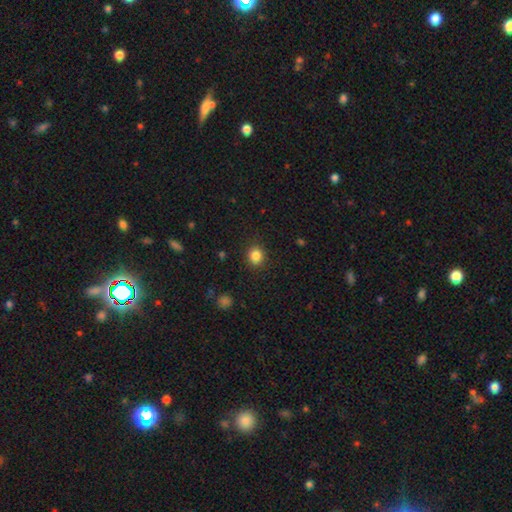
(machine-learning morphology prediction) smooth 85%, star or artifact 11%, featured or disk 4%. Down the decision tree: how rounded — round (74%); merging — none (89%).